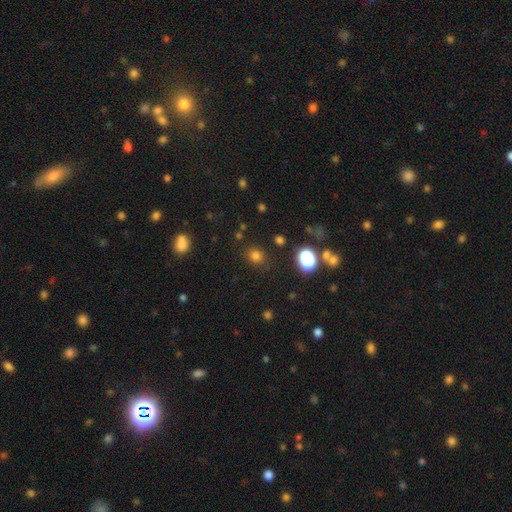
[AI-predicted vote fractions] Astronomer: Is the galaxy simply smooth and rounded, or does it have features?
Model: smooth — 74%.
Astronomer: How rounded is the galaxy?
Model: round — 76%.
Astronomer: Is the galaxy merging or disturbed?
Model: none — 83%.